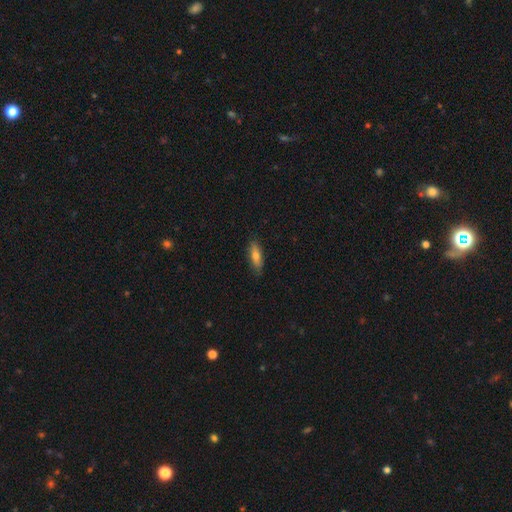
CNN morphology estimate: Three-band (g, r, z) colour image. It shows a smooth galaxy with no disk features (70%) that is cigar-shaped (49%). Merging: none (84%).